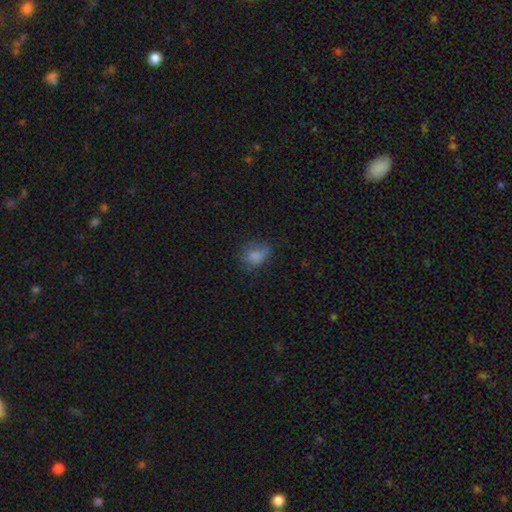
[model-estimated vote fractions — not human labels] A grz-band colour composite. It shows a smooth galaxy with no disk features (77%) that is in between round and cigar-shaped (59%). Merging: none (53%).